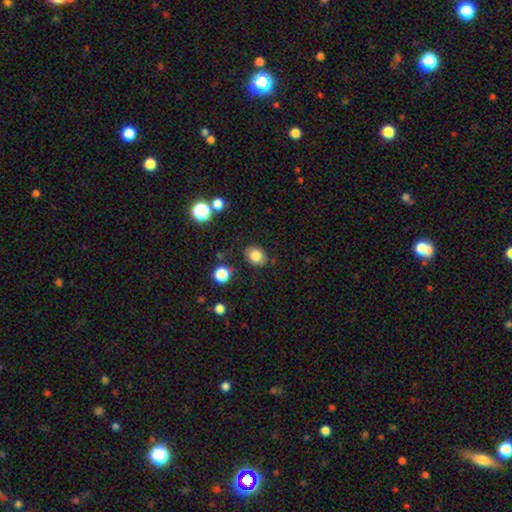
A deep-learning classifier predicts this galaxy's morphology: The model was most divided on "how rounded": round: 51%, in between: 48%, cigar-shaped: 1%. More confident: smooth or featured — smooth (82%); merging — none (81%).